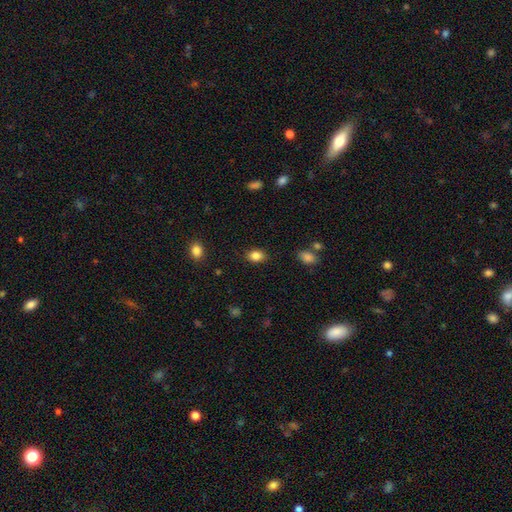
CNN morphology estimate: Smooth or featured?
  - smooth: 85% *
  - star or artifact: 10%
  - featured or disk: 6%
How rounded?
  - in between: 70% *
  - round: 29%
  - cigar-shaped: 1%
Merging?
  - none: 85% *
  - minor disturbance: 11%
  - major disturbance: 3%
  - merger: 1%